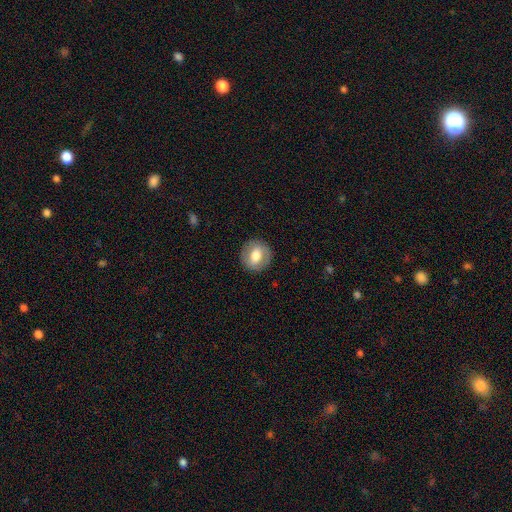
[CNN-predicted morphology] smooth 63%, featured or disk 30%, star or artifact 7%. Down the decision tree: how rounded — round (81%); merging — none (87%).